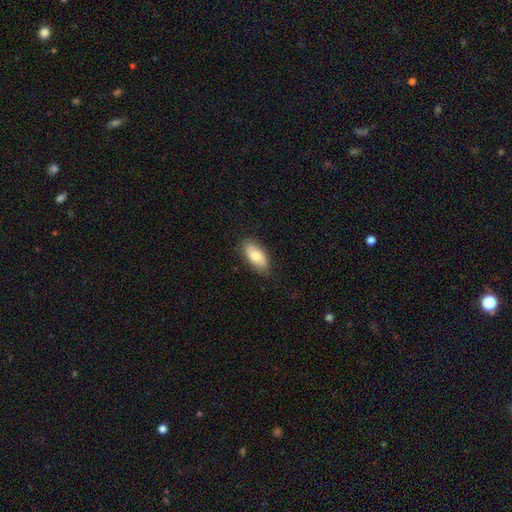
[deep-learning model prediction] Smooth or featured? Predicted: smooth (p=0.75). How rounded? Predicted: in between (p=0.91). Merging? Predicted: none (p=0.83).